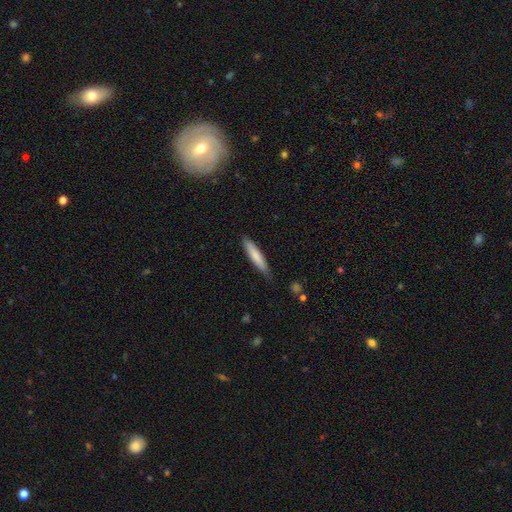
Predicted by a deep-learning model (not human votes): smooth-or-featured: smooth: 76% | featured or disk: 19% | star or artifact: 5%
  how-rounded: cigar-shaped: 88% | in between: 11% | round: 1%
  merging: none: 81% | minor disturbance: 16% | major disturbance: 2% | merger: 1%